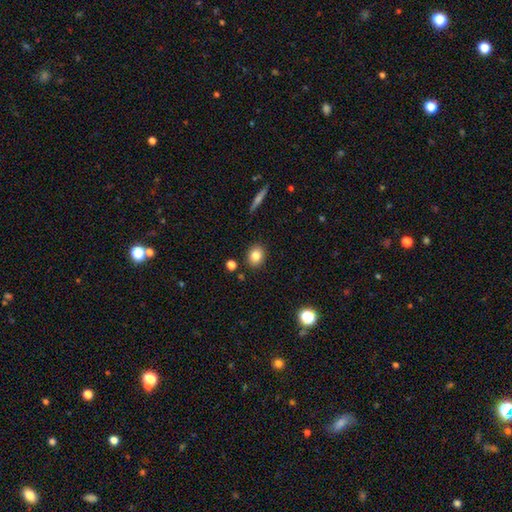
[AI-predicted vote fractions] A smooth galaxy with no disk features (81%) that is round (59%). Merging: none (88%).